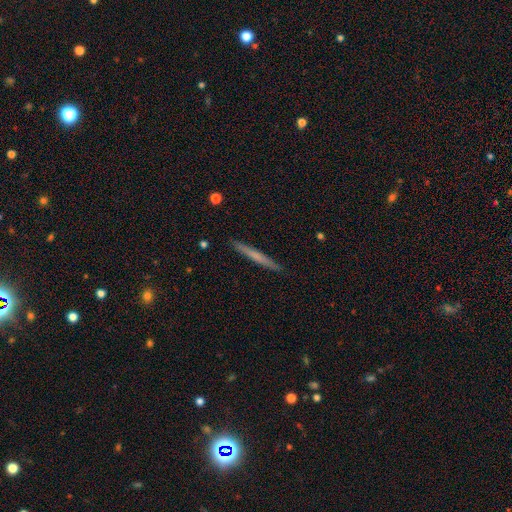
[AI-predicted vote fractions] Smooth or featured? Predicted: smooth (p=0.55). How rounded? Predicted: cigar-shaped (p=0.97). Merging? Predicted: none (p=0.92).